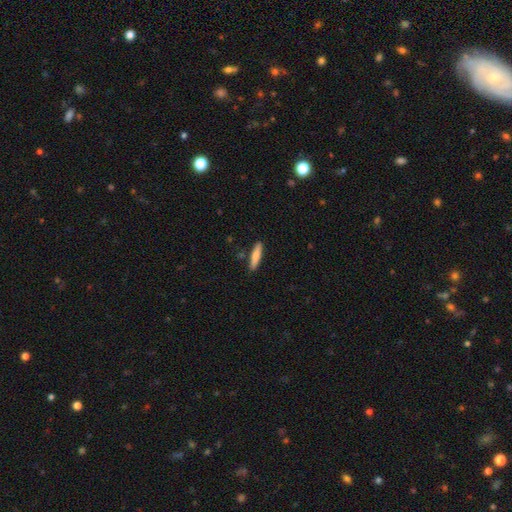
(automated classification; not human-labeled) Smooth or featured?
  - smooth: 71% *
  - featured or disk: 24%
  - star or artifact: 6%
How rounded?
  - cigar-shaped: 83% *
  - in between: 16%
  - round: 2%
Merging?
  - none: 87% *
  - minor disturbance: 9%
  - merger: 2%
  - major disturbance: 2%